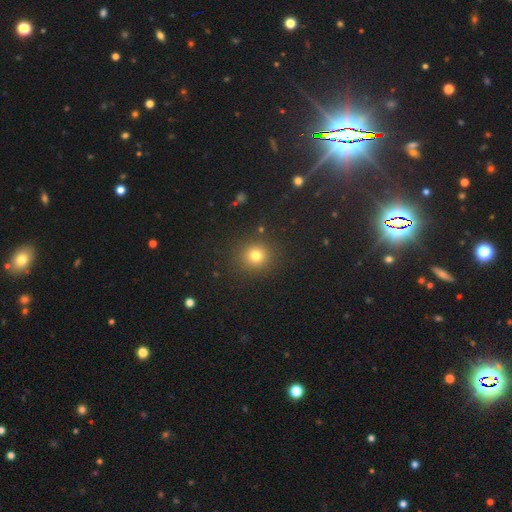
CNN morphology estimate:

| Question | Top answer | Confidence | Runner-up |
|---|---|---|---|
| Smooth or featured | smooth | 77% | star or artifact (17%) |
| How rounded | round | 92% | in between (7%) |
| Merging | none | 90% | minor disturbance (6%) |